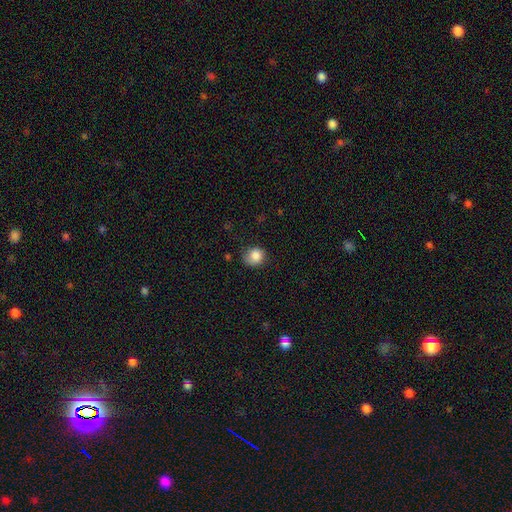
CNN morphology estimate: A smooth galaxy with no disk features (85%) that is round (75%).

Vote fractions:
- Smooth or featured? smooth: 85% / star or artifact: 9% / featured or disk: 7%
- How rounded? round: 75% / in between: 24% / cigar-shaped: 1%
- Merging? none: 61% / minor disturbance: 29% / major disturbance: 9% / merger: 2%